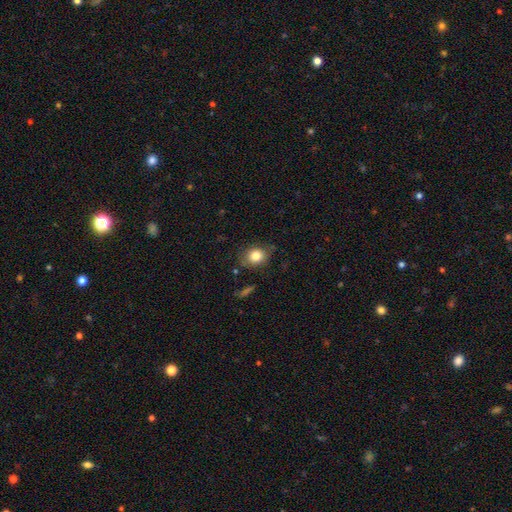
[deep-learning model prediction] This is clearly a smooth galaxy (82%). How rounded: likely round (60%). Merging: likely none (76%).